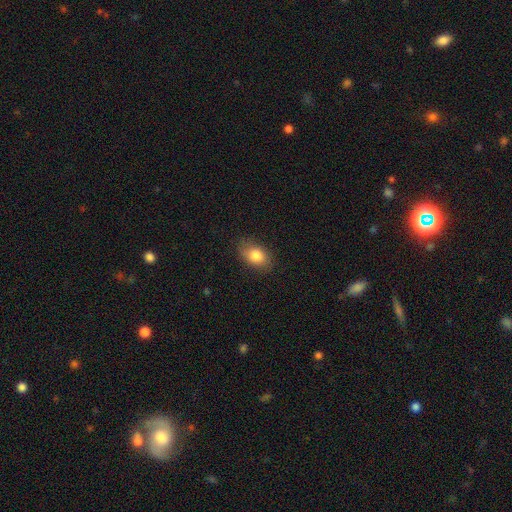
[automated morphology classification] This is clearly a smooth galaxy (81%). How rounded: clearly in between (82%). Merging: clearly none (81%).